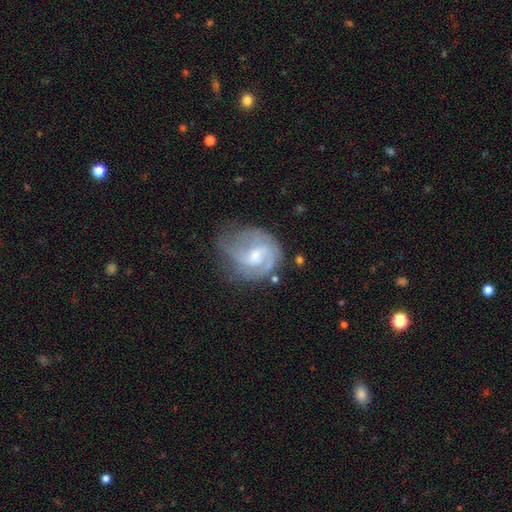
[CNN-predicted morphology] The model was most divided on "spiral winding": medium: 45%, tight: 39%, loose: 16%. More confident: edge-on disk — no (98%); spiral arms — yes (94%); smooth or featured — featured or disk (80%); bulge size — small (54%); spiral arm count — 2 (51%); bar — weak (51%); merging — none (51%).